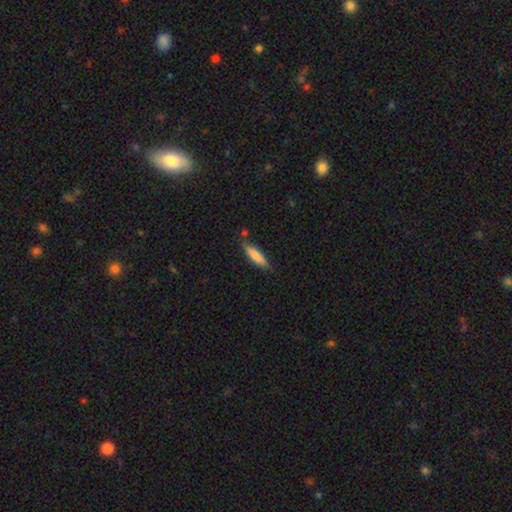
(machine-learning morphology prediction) type=smooth (76%); roundness=cigar-shaped (77%); merging=none (79%).